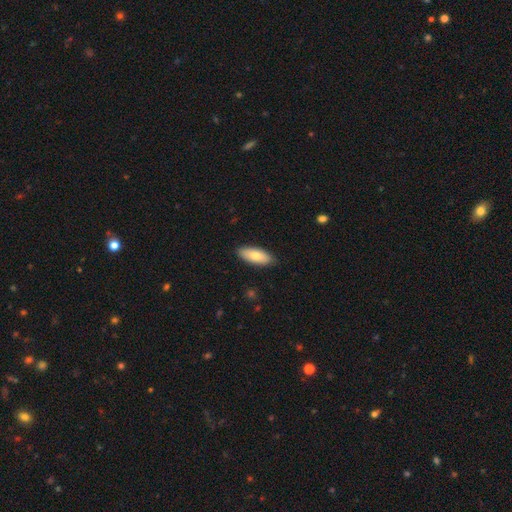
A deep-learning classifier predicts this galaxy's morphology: Q: Smooth or featured?
A: smooth (79%); runner-up: featured or disk (15%)
Q: How rounded?
A: in between (78%); runner-up: cigar-shaped (20%)
Q: Merging?
A: none (88%); runner-up: minor disturbance (9%)